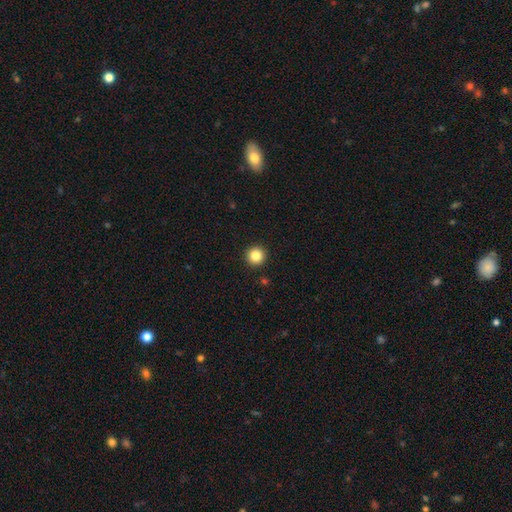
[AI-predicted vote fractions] A smooth galaxy with no disk features (84%) that is round (95%). Merging: none (93%).